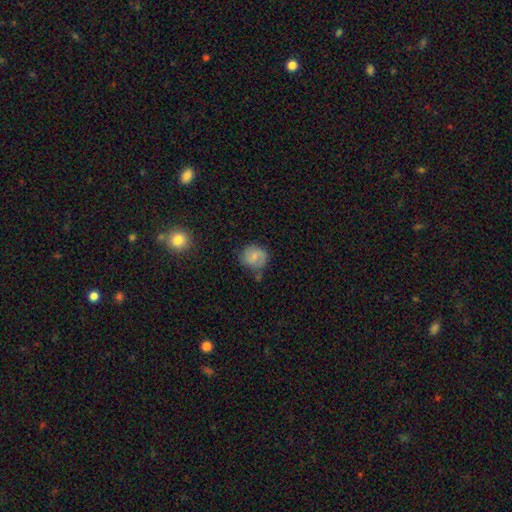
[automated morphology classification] smooth 65%, featured or disk 27%, star or artifact 9%. Down the decision tree: how rounded — round (80%); merging — none (61%).